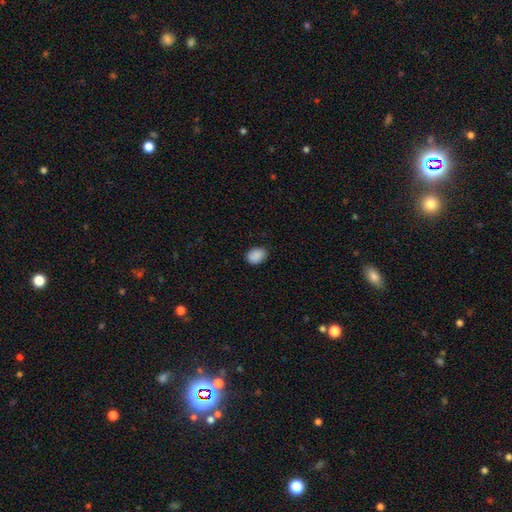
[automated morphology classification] A smooth galaxy with no disk features (89%) that is in between round and cigar-shaped (72%). Merging: none (84%).